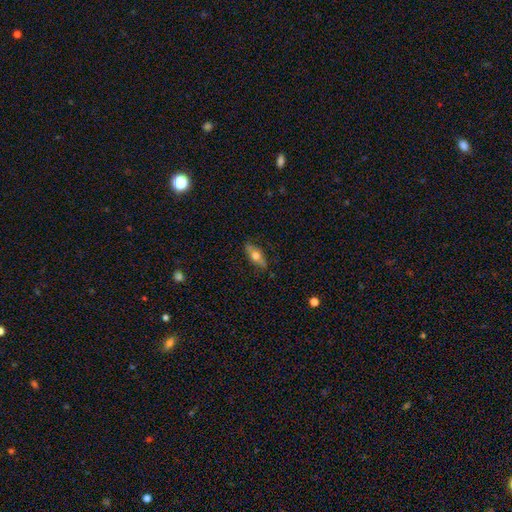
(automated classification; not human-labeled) Smooth or featured? smooth (51%)
How rounded? in between (62%)
Merging? none (83%)